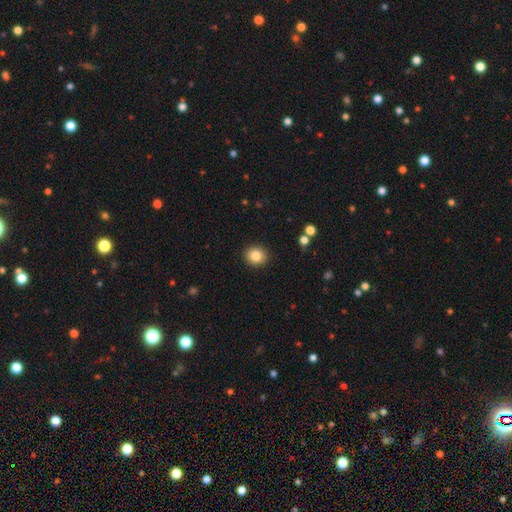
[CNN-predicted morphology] This appears to be a smooth galaxy with no disk features (84%) that is round (81%). Merging: none (91%).